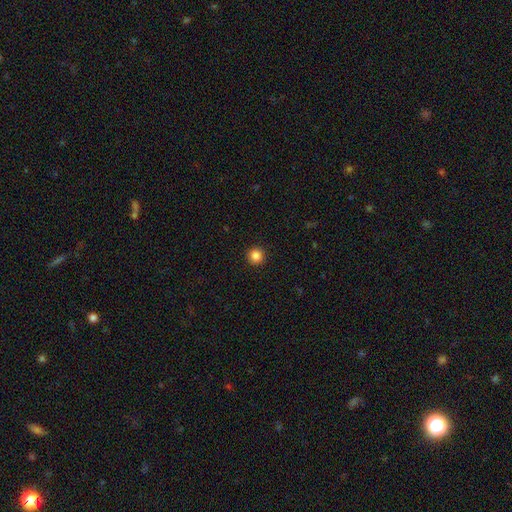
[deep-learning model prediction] Overall: smooth (86%). How rounded: round (96%). Merging: none (94%).